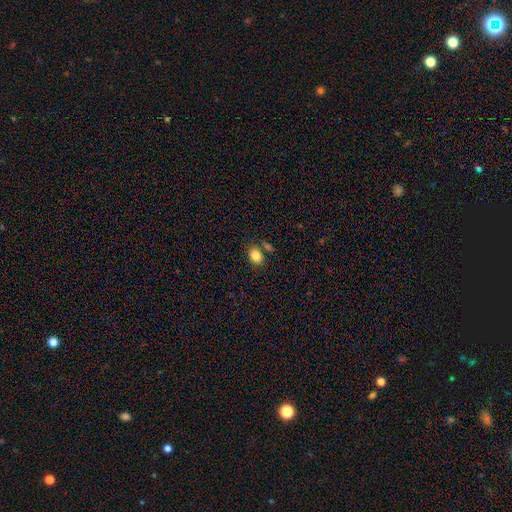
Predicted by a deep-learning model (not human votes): Smooth or featured? Predicted: smooth (p=0.84). How rounded? Predicted: in between (p=0.72). Merging? Predicted: none (p=0.73).